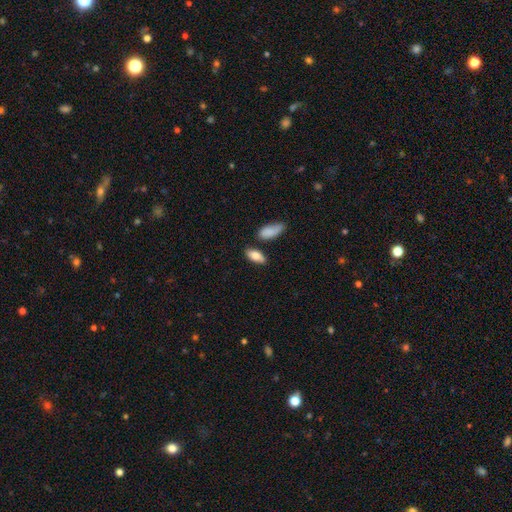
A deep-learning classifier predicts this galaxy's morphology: A smooth galaxy with no disk features (81%) that is in between round and cigar-shaped (86%). Merging: none (69%).